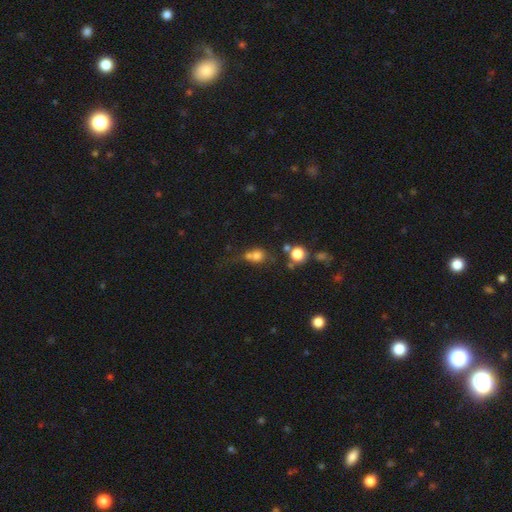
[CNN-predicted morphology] smooth 71%, star or artifact 16%, featured or disk 12%. Down the decision tree: how rounded — round (64%); merging — merger (38%).